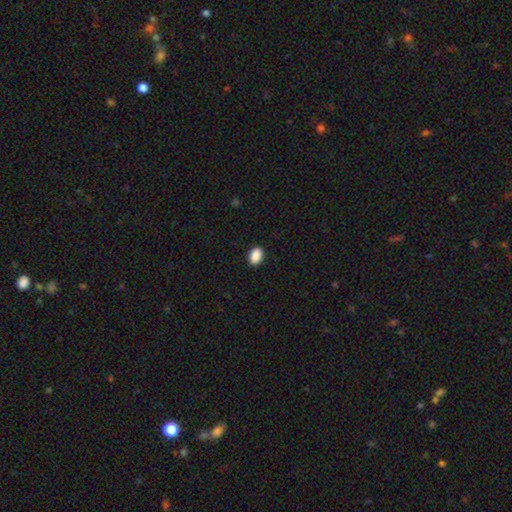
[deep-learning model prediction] Morphology: type=smooth (90%); roundness=in between (80%); merging=none (90%).